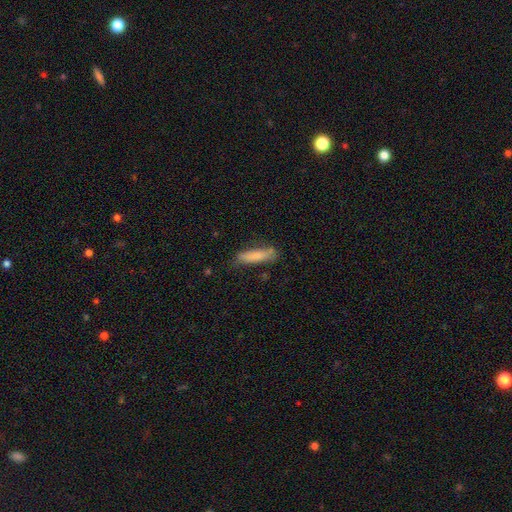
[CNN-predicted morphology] Smooth or featured? Predicted: smooth (p=0.79). How rounded? Predicted: cigar-shaped (p=0.78). Merging? Predicted: none (p=0.70).